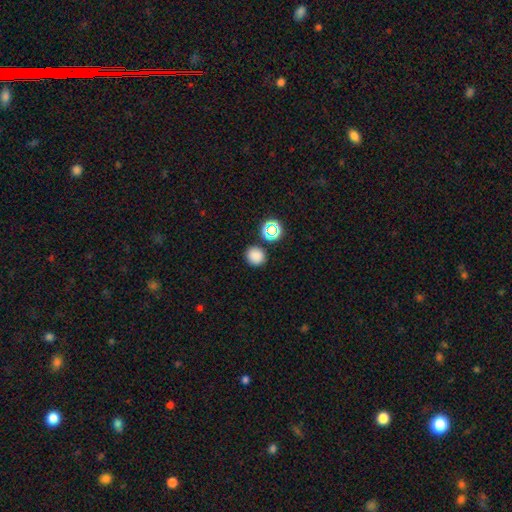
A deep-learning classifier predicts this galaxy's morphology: This is clearly a smooth galaxy (81%). How rounded: clearly round (83%). Merging: clearly none (85%).